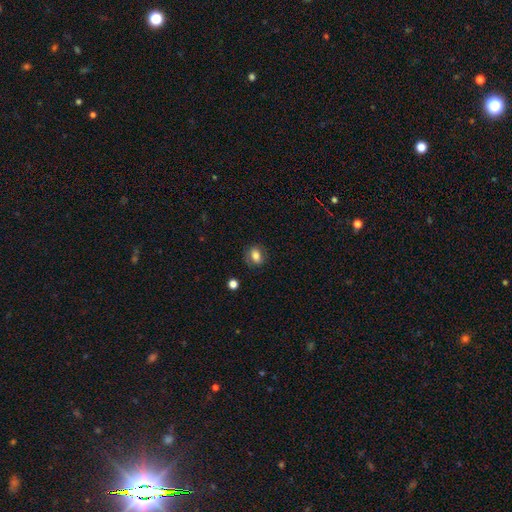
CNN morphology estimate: This is likely a smooth galaxy (76%). How rounded: likely in between (61%). Merging: likely none (80%).